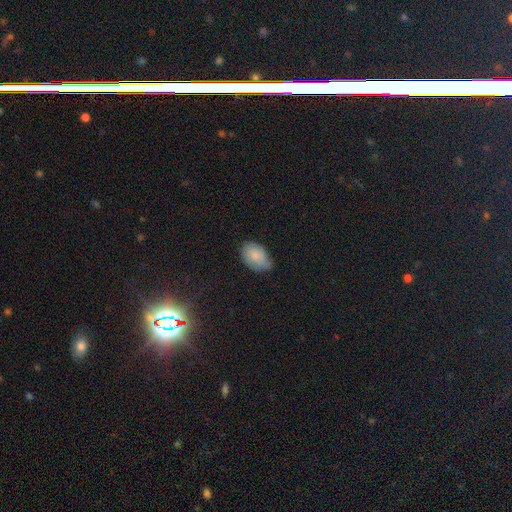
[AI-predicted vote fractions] smooth 79%, featured or disk 14%, star or artifact 7%. Down the decision tree: how rounded — in between (90%); merging — none (52%).